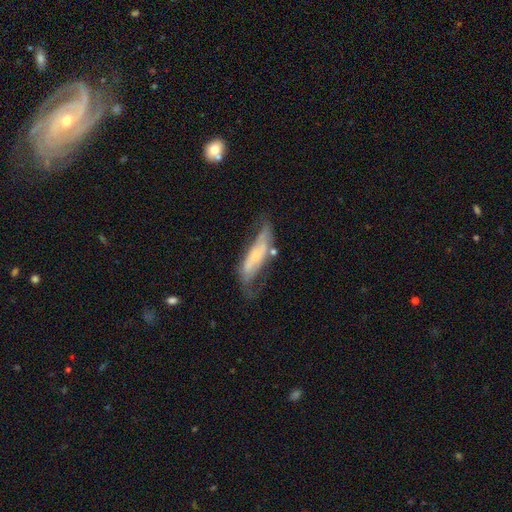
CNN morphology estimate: Smooth or featured: featured or disk — 59% (smooth — 34%)
Edge-on disk: no — 68% (yes — 32%)
Merging: none — 42% (minor disturbance — 30%)